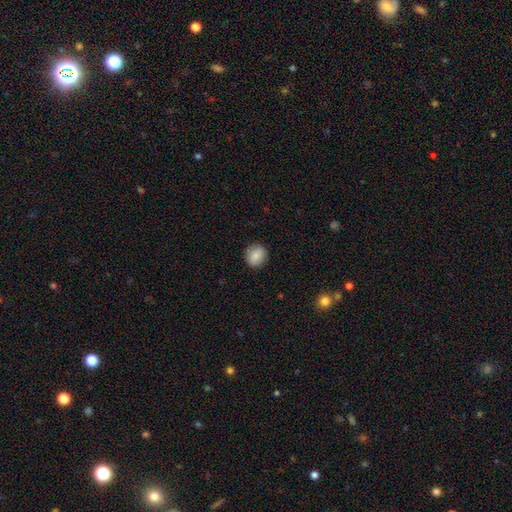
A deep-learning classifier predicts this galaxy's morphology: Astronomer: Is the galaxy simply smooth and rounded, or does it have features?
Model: smooth — 86%.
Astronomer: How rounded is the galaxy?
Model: round — 83%.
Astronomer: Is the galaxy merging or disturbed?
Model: none — 90%.